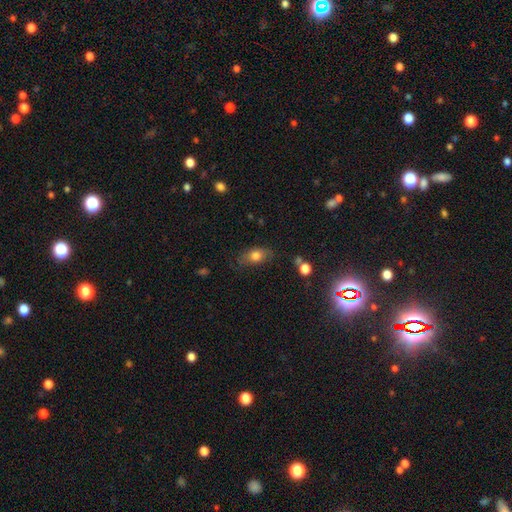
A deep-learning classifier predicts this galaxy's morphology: Q: Smooth or featured?
A: smooth (75%); runner-up: featured or disk (15%)
Q: How rounded?
A: in between (80%); runner-up: round (15%)
Q: Merging?
A: none (69%); runner-up: minor disturbance (22%)